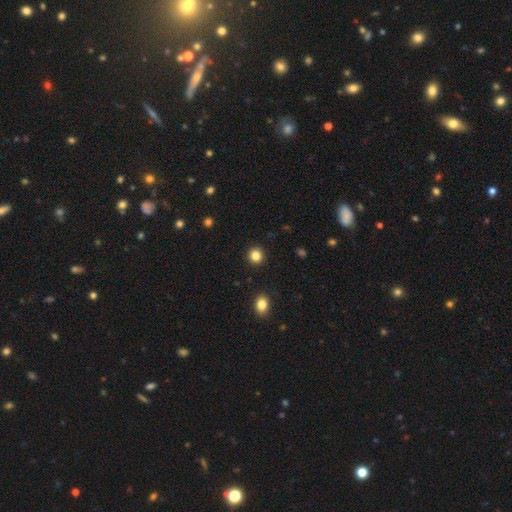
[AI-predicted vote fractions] smooth-or-featured: smooth: 84% | star or artifact: 11% | featured or disk: 5%
  how-rounded: round: 89% | in between: 10% | cigar-shaped: 1%
  merging: none: 92% | minor disturbance: 5% | major disturbance: 2% | merger: 1%